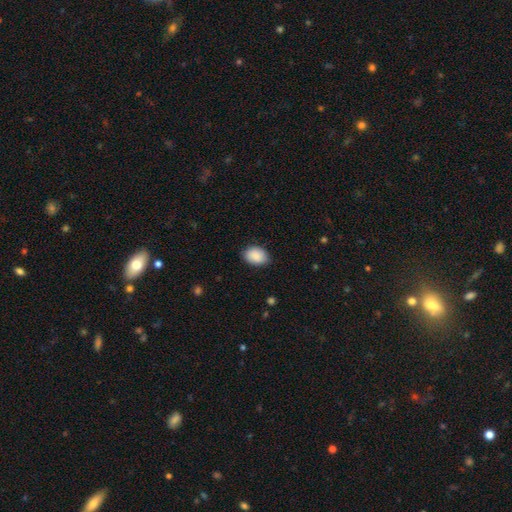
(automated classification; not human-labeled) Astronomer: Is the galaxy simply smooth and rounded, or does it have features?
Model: smooth — 89%.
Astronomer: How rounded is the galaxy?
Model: in between — 77%.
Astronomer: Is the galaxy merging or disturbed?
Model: none — 82%.